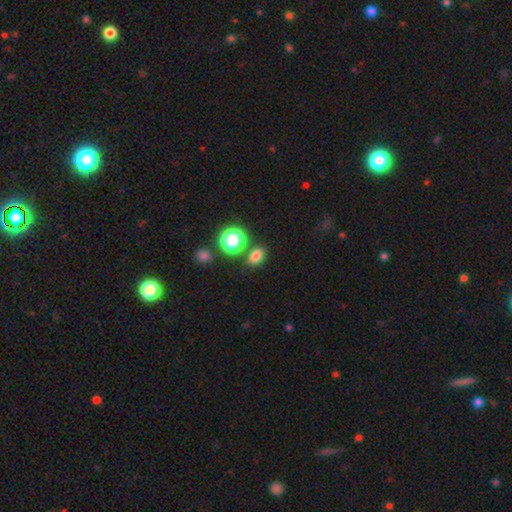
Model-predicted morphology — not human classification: This appears to be a smooth galaxy with no disk features (77%) that is in between round and cigar-shaped (64%). Merging: none (79%).